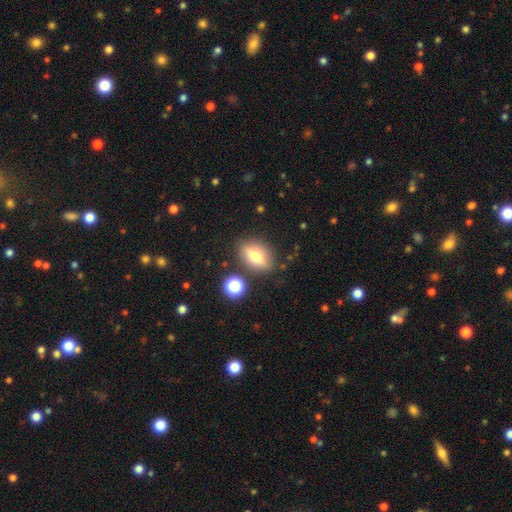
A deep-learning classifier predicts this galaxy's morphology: A smooth galaxy with no disk features (54%) that is in between round and cigar-shaped (71%).

Vote fractions:
- Smooth or featured? smooth: 54% / featured or disk: 36% / star or artifact: 10%
- How rounded? in between: 71% / cigar-shaped: 16% / round: 13%
- Merging? none: 81% / minor disturbance: 12% / merger: 4% / major disturbance: 4%